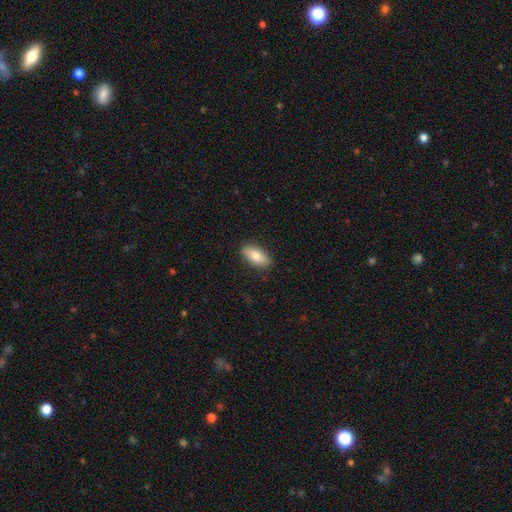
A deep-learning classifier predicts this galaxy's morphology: Overall: smooth (81%). How rounded: in between (89%). Merging: none (88%).